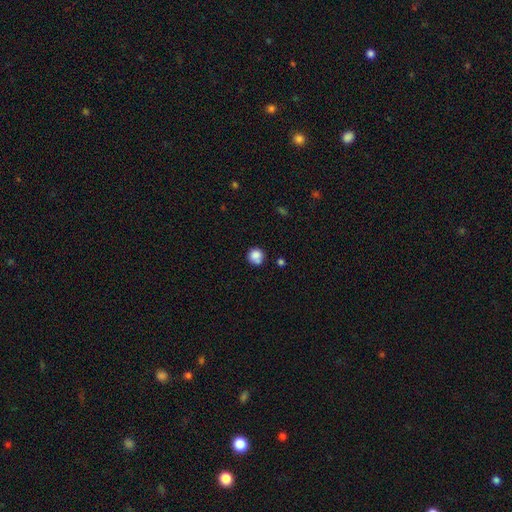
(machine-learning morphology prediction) This appears to be a smooth galaxy with no disk features (84%) that is round (91%). Merging: none (70%).